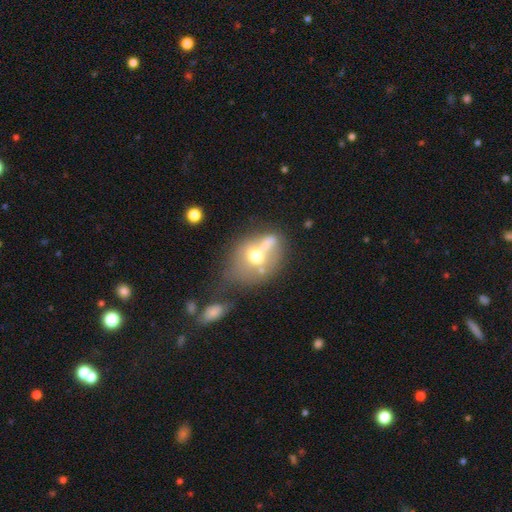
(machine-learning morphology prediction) type=smooth (51%); roundness=round (51%); merging=merger (37%).